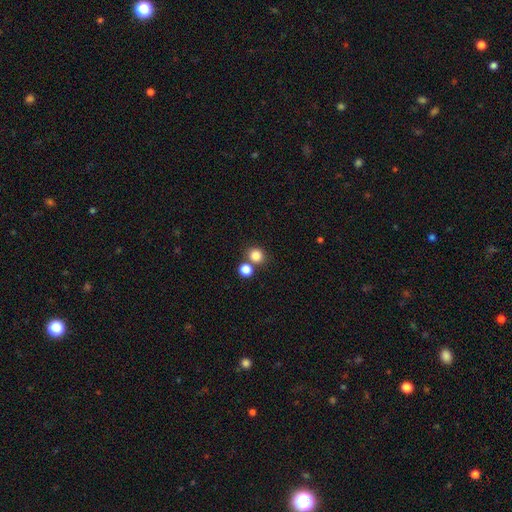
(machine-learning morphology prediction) Smooth or featured: smooth — 83% (star or artifact — 12%)
How rounded: round — 85% (in between — 14%)
Merging: none — 67% (merger — 24%)